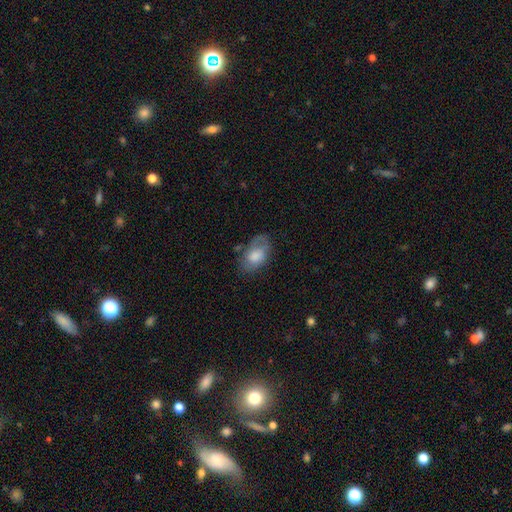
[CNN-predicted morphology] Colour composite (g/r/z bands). It shows a smooth galaxy with no disk features (68%) that is in between round and cigar-shaped (90%). Merging: none (53%).